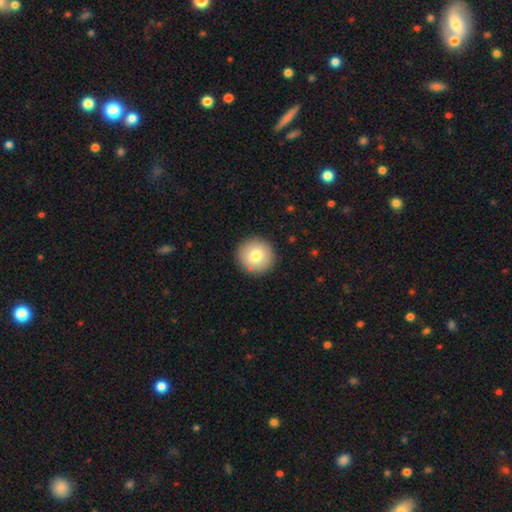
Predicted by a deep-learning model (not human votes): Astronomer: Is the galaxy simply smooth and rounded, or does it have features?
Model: smooth — 79%.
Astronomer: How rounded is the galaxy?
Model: round — 94%.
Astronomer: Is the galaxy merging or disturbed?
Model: none — 91%.